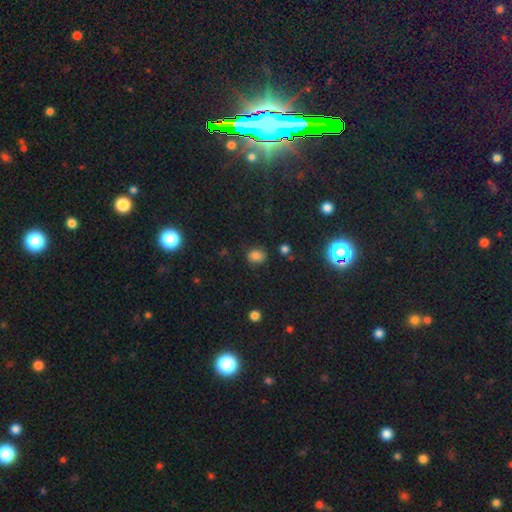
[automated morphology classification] type=smooth (77%); roundness=in between (50%); merging=none (79%).